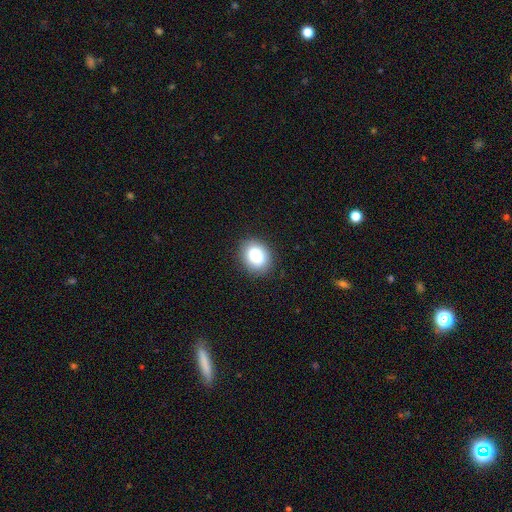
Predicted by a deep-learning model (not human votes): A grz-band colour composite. It shows a smooth galaxy with no disk features (86%) that is in between round and cigar-shaped (51%). Merging: none (86%).